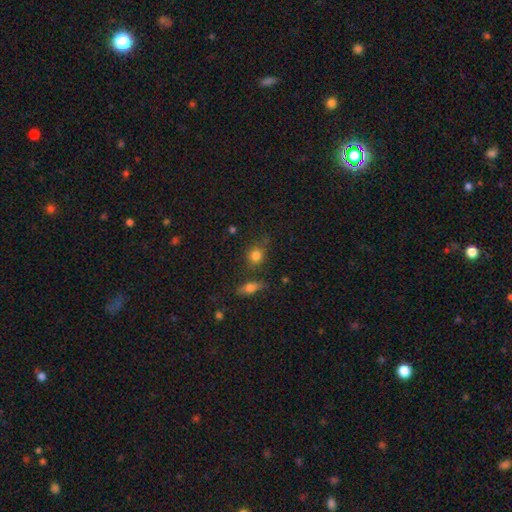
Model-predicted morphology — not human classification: smooth 79%, star or artifact 12%, featured or disk 9%. Down the decision tree: how rounded — round (60%); merging — none (66%).